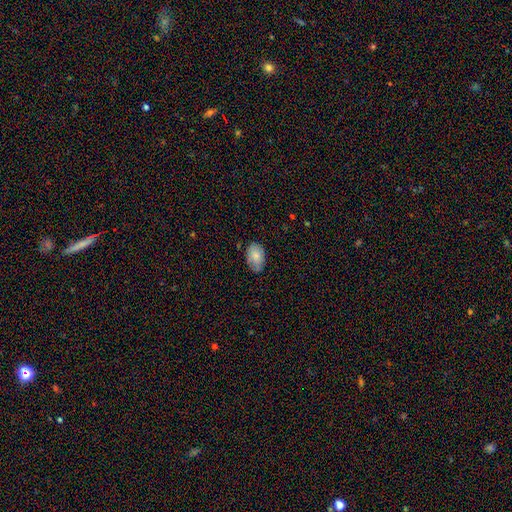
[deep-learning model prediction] A smooth galaxy with no disk features (82%) that is in between round and cigar-shaped (89%).

Vote fractions:
- Smooth or featured? smooth: 82% / featured or disk: 12% / star or artifact: 7%
- How rounded? in between: 89% / round: 10% / cigar-shaped: 1%
- Merging? none: 74% / minor disturbance: 21% / major disturbance: 4% / merger: 1%